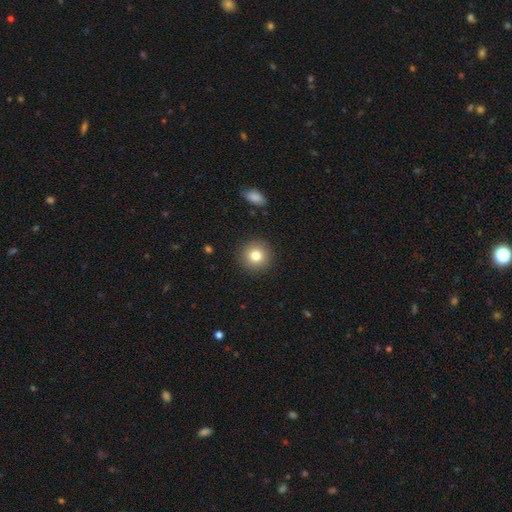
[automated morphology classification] This is likely a smooth galaxy (80%). How rounded: clearly round (93%). Merging: clearly none (91%).